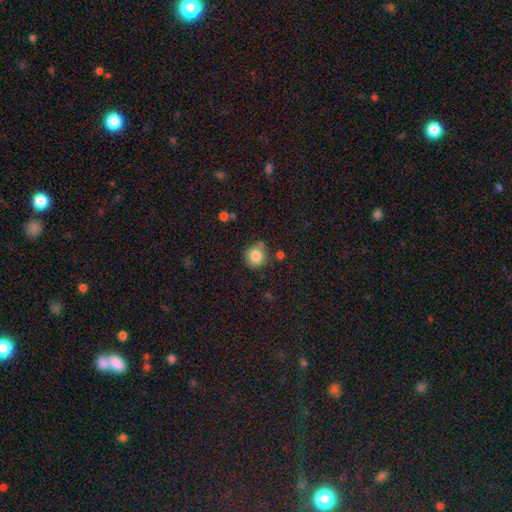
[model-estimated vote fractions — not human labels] Overall: smooth (84%). How rounded: round (87%). Merging: none (75%).